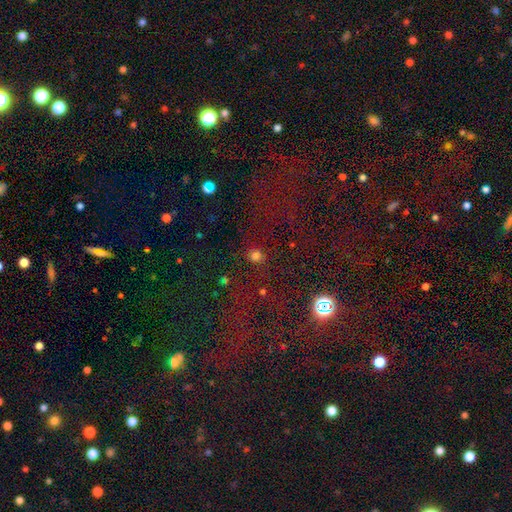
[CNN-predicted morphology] Smooth or featured? smooth (72%)
How rounded? round (87%)
Merging? none (84%)